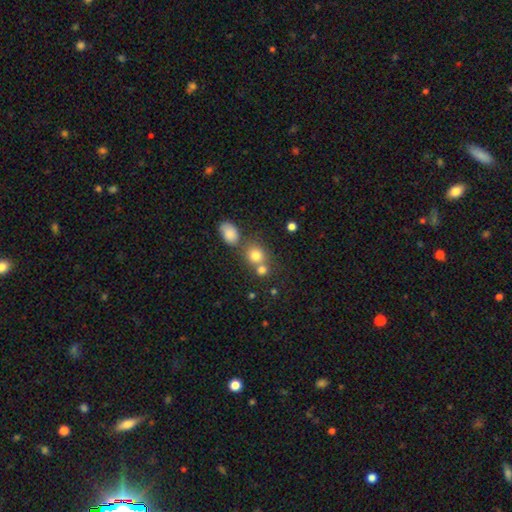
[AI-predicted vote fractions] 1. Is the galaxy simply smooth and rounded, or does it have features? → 77% smooth, 13% star or artifact, 10% featured or disk.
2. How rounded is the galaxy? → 77% round, 22% in between, 1% cigar-shaped.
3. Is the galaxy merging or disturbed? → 51% none, 35% merger, 9% minor disturbance, 4% major disturbance.